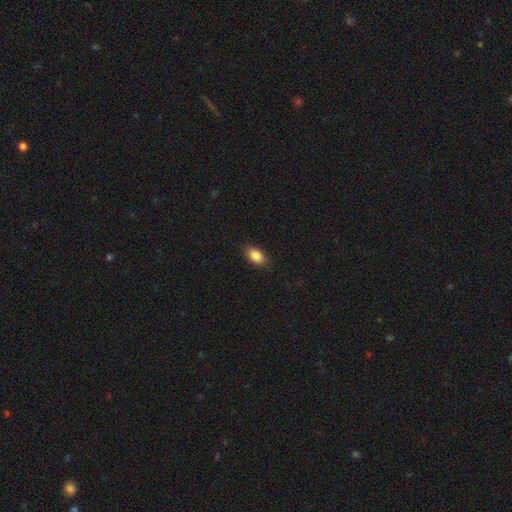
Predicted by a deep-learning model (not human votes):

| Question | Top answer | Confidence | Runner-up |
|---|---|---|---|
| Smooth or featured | smooth | 86% | star or artifact (8%) |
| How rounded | in between | 89% | round (8%) |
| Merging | none | 87% | minor disturbance (10%) |